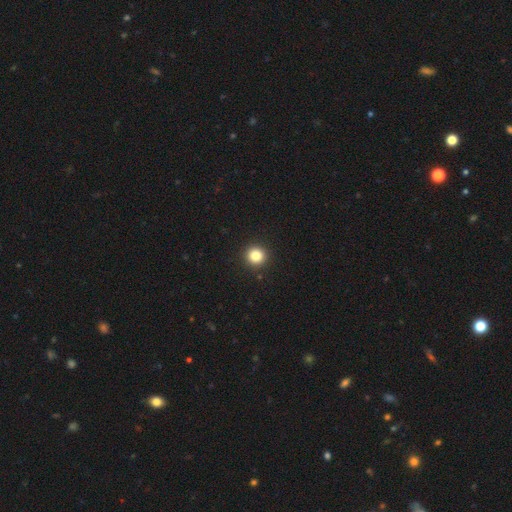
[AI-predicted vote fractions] Q: Smooth or featured?
A: smooth (84%); runner-up: star or artifact (11%)
Q: How rounded?
A: round (94%); runner-up: in between (5%)
Q: Merging?
A: none (92%); runner-up: minor disturbance (5%)